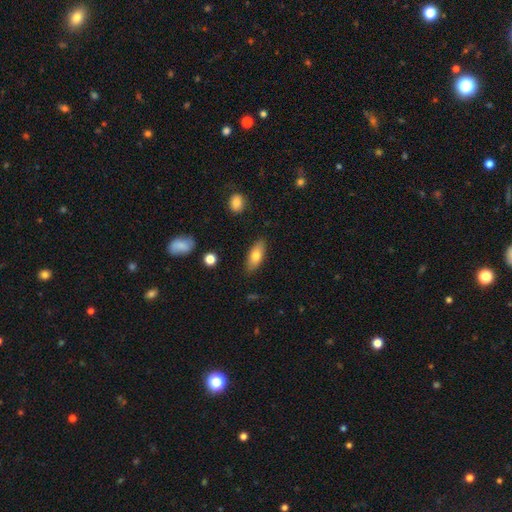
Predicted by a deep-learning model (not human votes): smooth_or_featured: smooth (p=0.75) [alt: featured or disk p=0.18]
how_rounded: in between (p=0.78) [alt: cigar-shaped p=0.19]
merging: none (p=0.85) [alt: minor disturbance p=0.11]